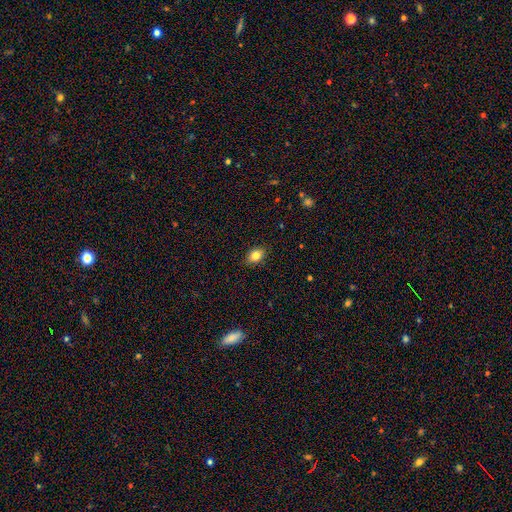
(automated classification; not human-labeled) Q: Smooth or featured?
A: smooth (83%); runner-up: star or artifact (9%)
Q: How rounded?
A: in between (79%); runner-up: round (20%)
Q: Merging?
A: none (87%); runner-up: minor disturbance (10%)